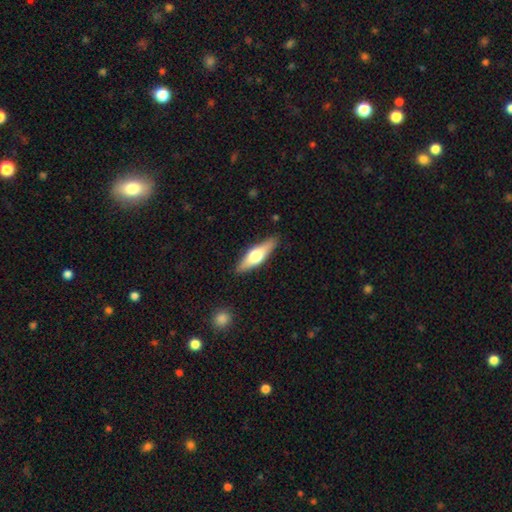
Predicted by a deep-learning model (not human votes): Smooth or featured? Predicted: featured or disk (p=0.49). Merging? Predicted: none (p=0.87).